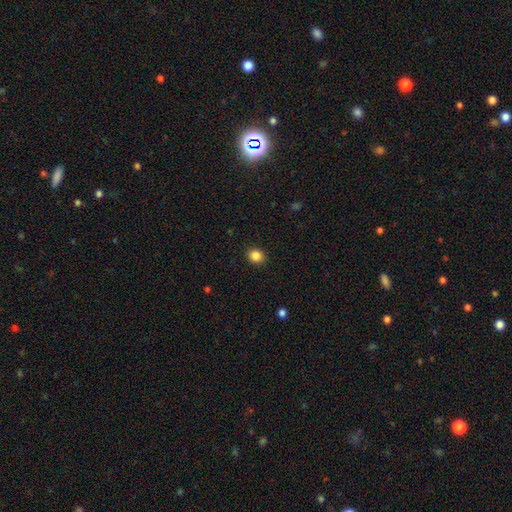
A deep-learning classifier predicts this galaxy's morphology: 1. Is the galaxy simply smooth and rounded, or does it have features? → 86% smooth, 11% star or artifact, 4% featured or disk.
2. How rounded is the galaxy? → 70% round, 29% in between, 1% cigar-shaped.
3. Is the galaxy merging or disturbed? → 91% none, 6% minor disturbance, 2% major disturbance, 1% merger.